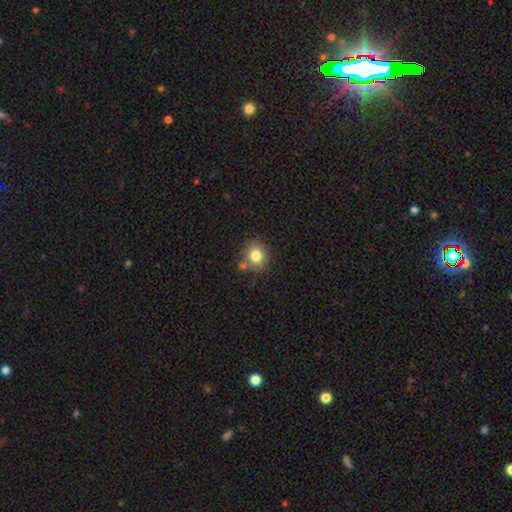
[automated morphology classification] smooth 80%, star or artifact 11%, featured or disk 9%. Down the decision tree: how rounded — round (78%); merging — none (71%).